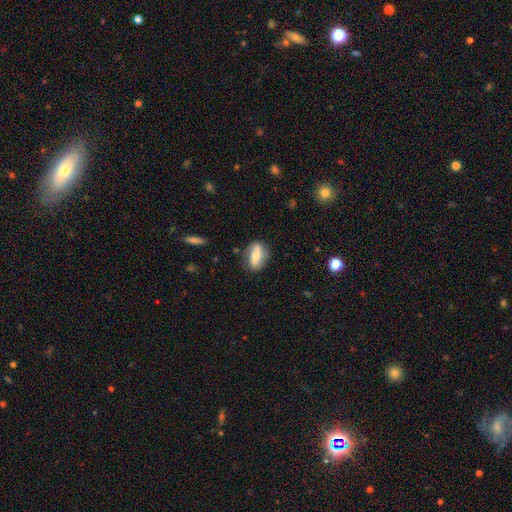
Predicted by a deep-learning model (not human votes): Q: Smooth or featured?
A: smooth (53%); runner-up: featured or disk (40%)
Q: How rounded?
A: in between (79%); runner-up: round (12%)
Q: Merging?
A: none (79%); runner-up: minor disturbance (15%)